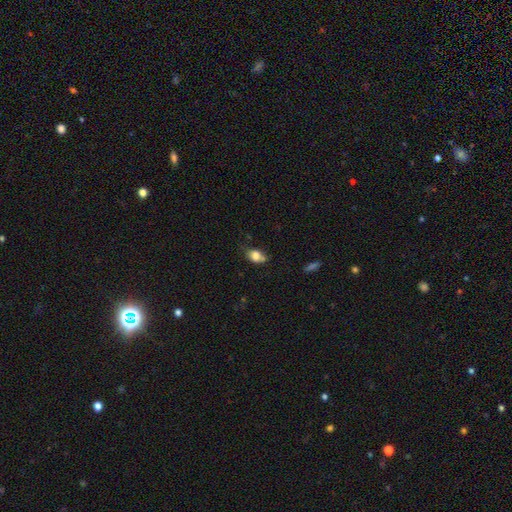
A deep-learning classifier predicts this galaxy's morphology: Smooth or featured?
  - smooth: 78% *
  - featured or disk: 12%
  - star or artifact: 10%
How rounded?
  - in between: 68% *
  - round: 30%
  - cigar-shaped: 3%
Merging?
  - none: 43% *
  - minor disturbance: 35%
  - major disturbance: 12%
  - merger: 10%